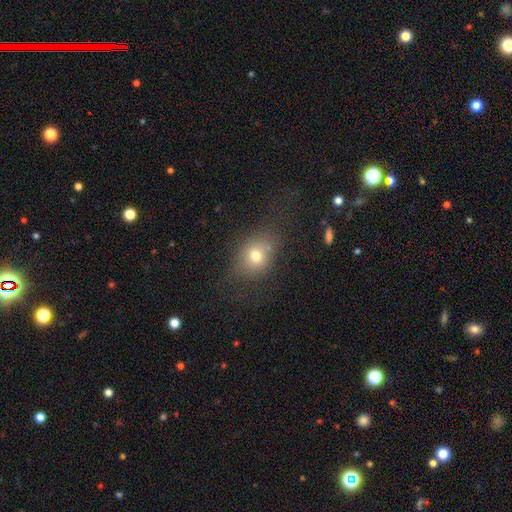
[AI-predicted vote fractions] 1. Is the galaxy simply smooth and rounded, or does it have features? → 71% smooth, 15% featured or disk, 14% star or artifact.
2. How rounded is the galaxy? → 51% in between, 47% round, 2% cigar-shaped.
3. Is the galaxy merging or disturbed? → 64% none, 19% minor disturbance, 13% major disturbance, 4% merger.